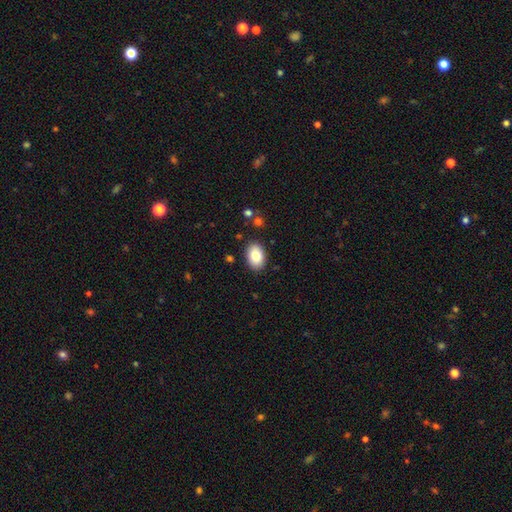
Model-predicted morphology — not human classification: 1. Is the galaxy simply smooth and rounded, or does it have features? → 83% smooth, 9% featured or disk, 7% star or artifact.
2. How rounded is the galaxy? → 88% in between, 11% round, 1% cigar-shaped.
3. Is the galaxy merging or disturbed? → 88% none, 9% minor disturbance, 2% major disturbance, 2% merger.